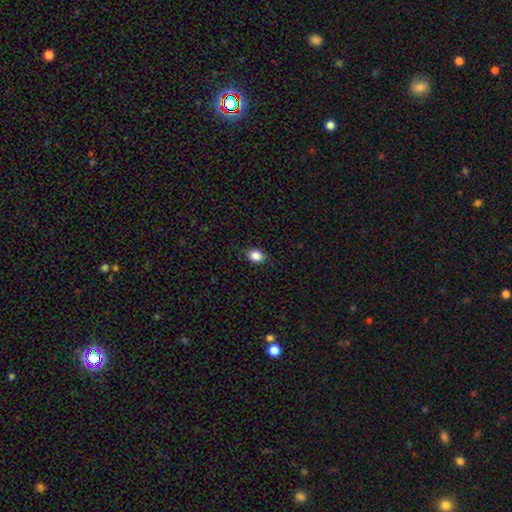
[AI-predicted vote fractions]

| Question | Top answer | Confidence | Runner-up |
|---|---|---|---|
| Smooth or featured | smooth | 85% | star or artifact (10%) |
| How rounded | in between | 59% | round (40%) |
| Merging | none | 84% | minor disturbance (12%) |